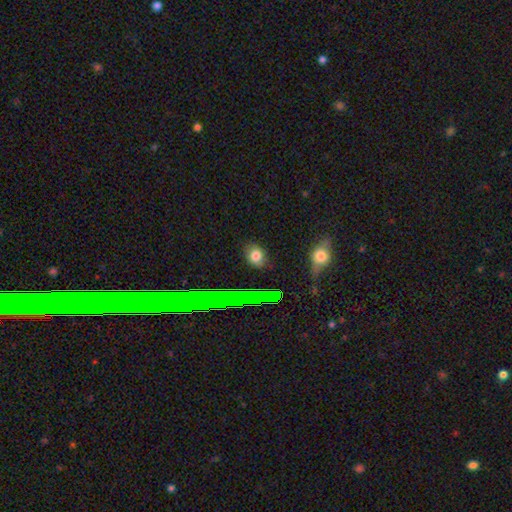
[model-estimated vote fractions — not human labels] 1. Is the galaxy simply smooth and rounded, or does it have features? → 77% smooth, 13% star or artifact, 10% featured or disk.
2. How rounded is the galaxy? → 49% round (tied), 49% in between (tied), 2% cigar-shaped.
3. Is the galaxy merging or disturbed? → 82% none, 13% minor disturbance, 3% major disturbance, 2% merger.